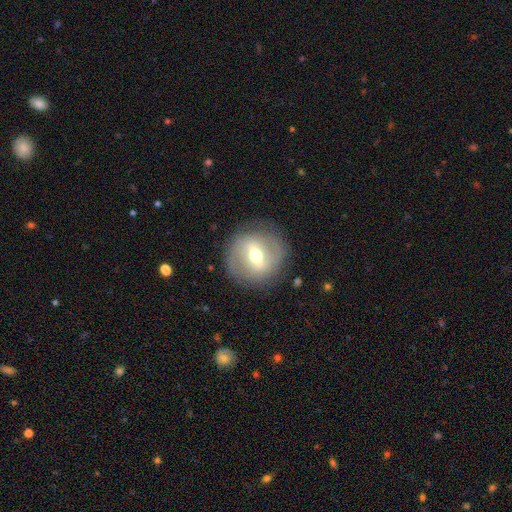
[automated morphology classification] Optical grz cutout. It shows a featured or disk galaxy (66%) with a strong bar (45%), spiral arms (52%) and a moderate central bulge (73%). Merging: none (80%).